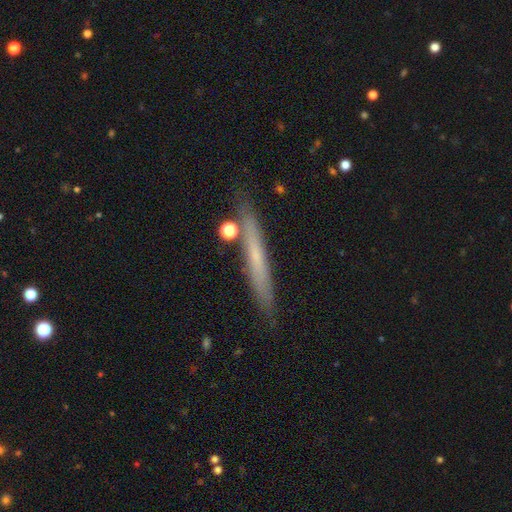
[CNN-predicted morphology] Smooth or featured?
  - smooth: 46% *
  - featured or disk: 45%
  - star or artifact: 9%
Merging?
  - none: 82% *
  - minor disturbance: 12%
  - merger: 4%
  - major disturbance: 3%